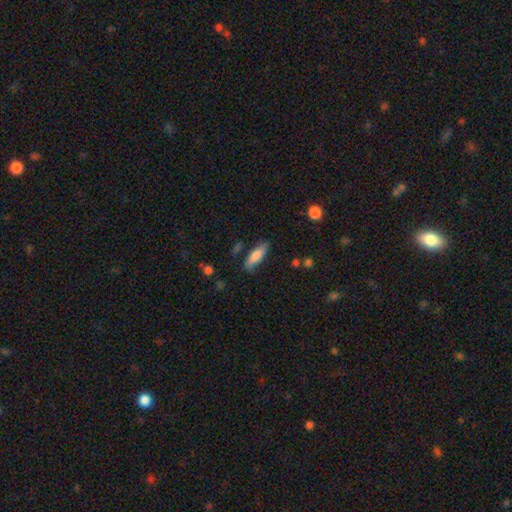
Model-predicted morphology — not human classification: Smooth or featured: smooth — 77% (featured or disk — 17%)
How rounded: cigar-shaped — 52% (in between — 46%)
Merging: none — 78% (minor disturbance — 16%)